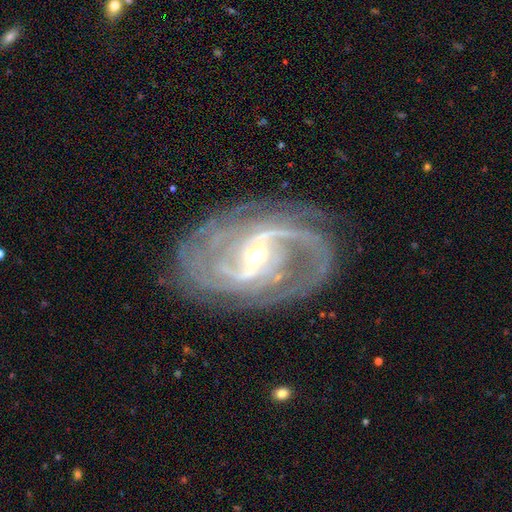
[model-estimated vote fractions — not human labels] Smooth or featured? Predicted: featured or disk (p=0.92). Edge-on disk? Predicted: no (p=0.96). Bar? Predicted: strong (p=0.56). Spiral arms? Predicted: yes (p=0.97). Spiral winding? Predicted: medium (p=0.43). Spiral arm count? Predicted: 2 (p=0.57). Bulge size? Predicted: moderate (p=0.51). Merging? Predicted: none (p=0.75).